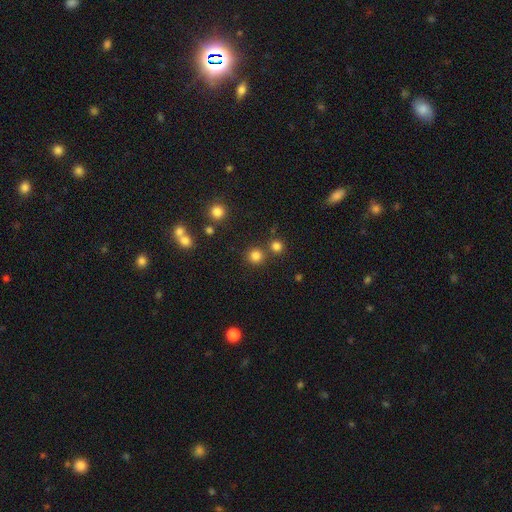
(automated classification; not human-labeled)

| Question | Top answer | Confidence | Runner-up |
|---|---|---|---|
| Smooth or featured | smooth | 80% | star or artifact (16%) |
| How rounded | round | 93% | in between (6%) |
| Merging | none | 80% | merger (11%) |